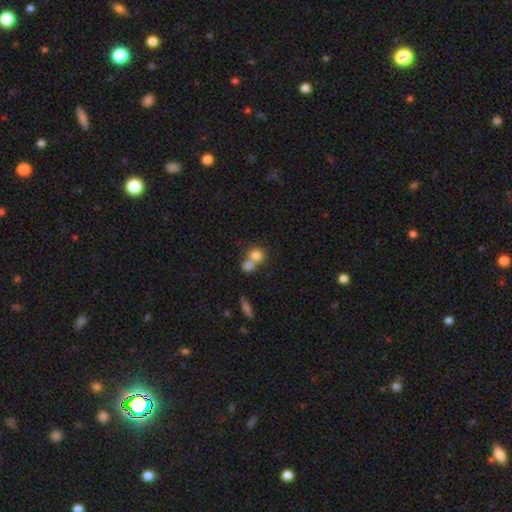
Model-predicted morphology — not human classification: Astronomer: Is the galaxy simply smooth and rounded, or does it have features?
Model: smooth — 79%.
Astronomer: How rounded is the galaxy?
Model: round — 79%.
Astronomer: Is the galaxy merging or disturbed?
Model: merger — 51% (runner-up: none, 39%).